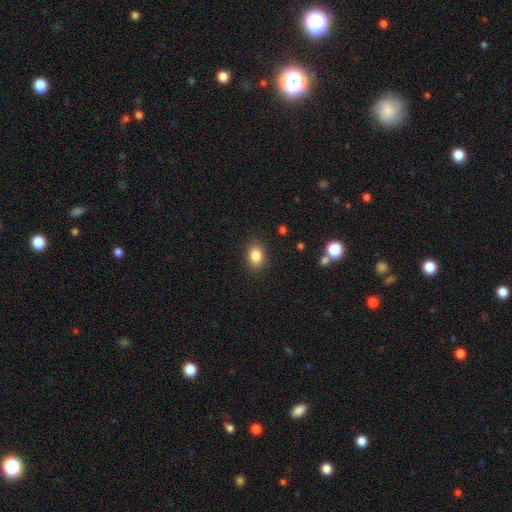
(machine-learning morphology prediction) The model was most divided on "how rounded": in between: 69%, round: 30%, cigar-shaped: 1%. More confident: merging — none (87%); smooth or featured — smooth (85%).